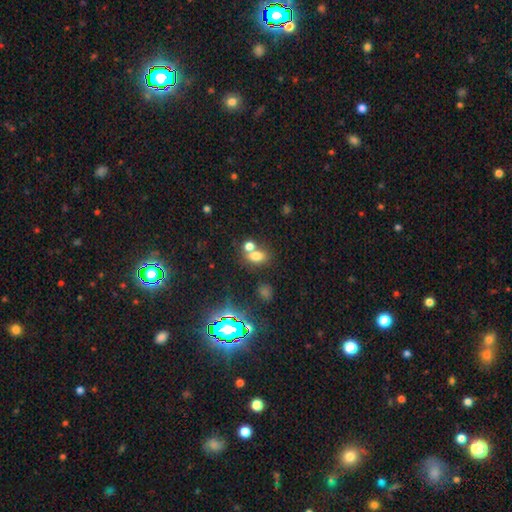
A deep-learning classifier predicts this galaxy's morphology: Smooth or featured? Predicted: smooth (p=0.69). How rounded? Predicted: in between (p=0.71). Merging? Predicted: merger (p=0.45).